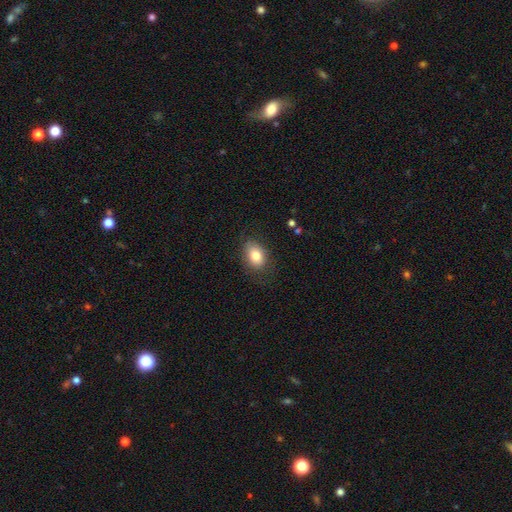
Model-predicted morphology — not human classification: This appears to be a smooth galaxy with no disk features (81%) that is in between round and cigar-shaped (76%). Merging: none (79%).